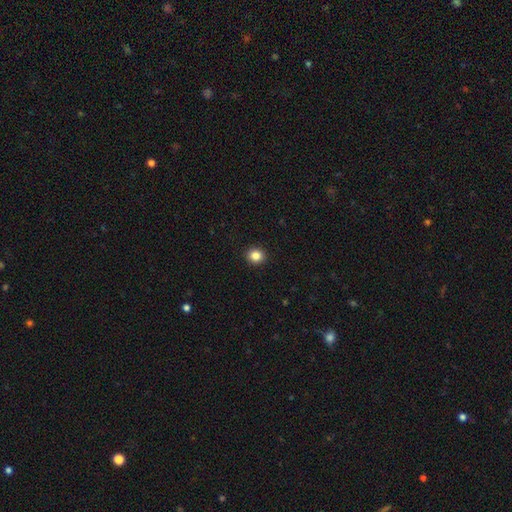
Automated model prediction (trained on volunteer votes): Overall: smooth (85%). How rounded: round (85%). Merging: none (92%).